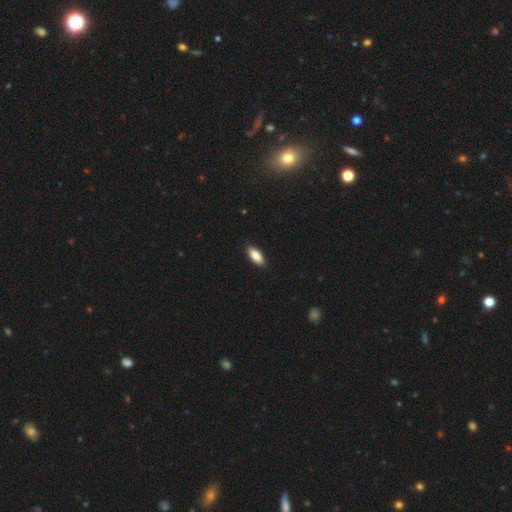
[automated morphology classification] This is clearly a smooth galaxy (88%). How rounded: likely in between (79%). Merging: clearly none (89%).